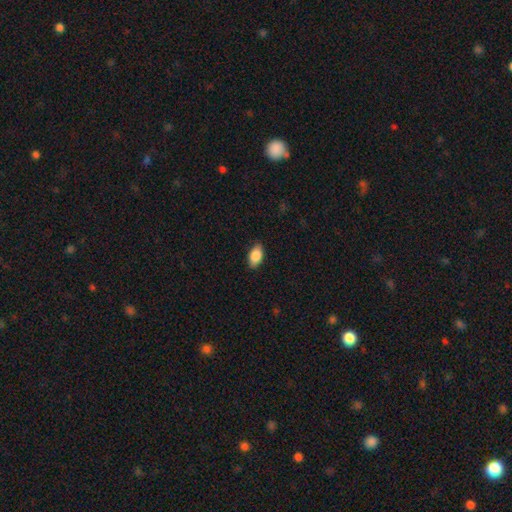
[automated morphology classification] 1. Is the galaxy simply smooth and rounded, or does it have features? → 87% smooth, 7% star or artifact, 6% featured or disk.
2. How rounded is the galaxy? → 93% in between, 4% round, 3% cigar-shaped.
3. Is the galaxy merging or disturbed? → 87% none, 10% minor disturbance, 2% major disturbance, 1% merger.